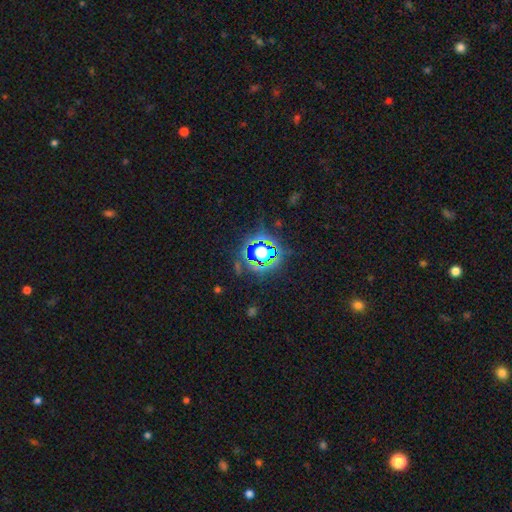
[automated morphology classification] smooth-or-featured: star or artifact: 79% | smooth: 13% | featured or disk: 8%